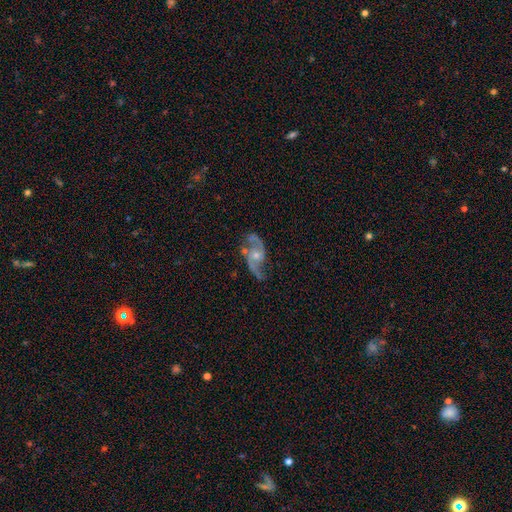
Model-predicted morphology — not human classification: smooth-or-featured: featured or disk: 89% | smooth: 5% | star or artifact: 5%
  disk-edge-on: no: 97% | yes: 3%
    bar: no: 63% | weak: 30% | strong: 7%
    has-spiral-arms: yes: 97% | no: 3%
      spiral-winding: loose: 53% | medium: 39% | tight: 8%
      spiral-arm-count: 2: 93% | can't tell: 2% | 1: 2% | 3: 1% | 4: 1% | more than 4: 1%
    bulge-size: small: 49% | moderate: 45% | none: 3% | large: 2% | dominant: 1%
  merging: none: 67% | minor disturbance: 19% | major disturbance: 10% | merger: 4%